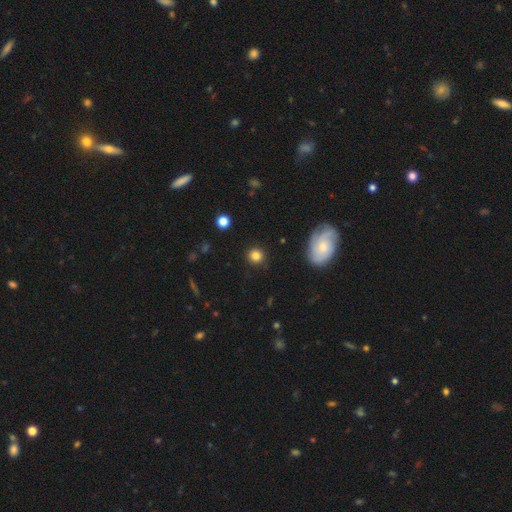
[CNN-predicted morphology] This appears to be a smooth galaxy with no disk features (83%) that is round (90%). Merging: none (89%).